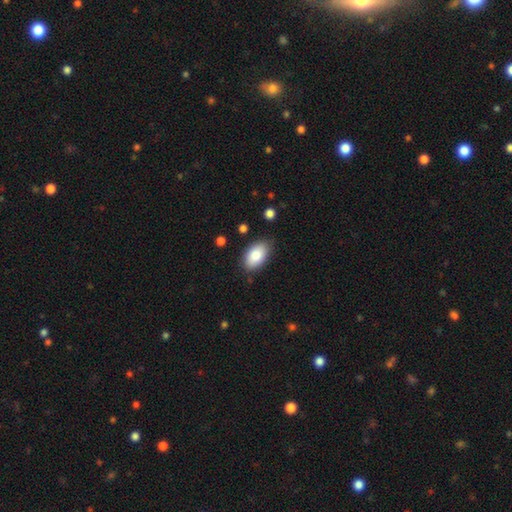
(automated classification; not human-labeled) Smooth or featured: smooth — 83% (featured or disk — 10%)
How rounded: in between — 94% (round — 5%)
Merging: none — 82% (minor disturbance — 14%)